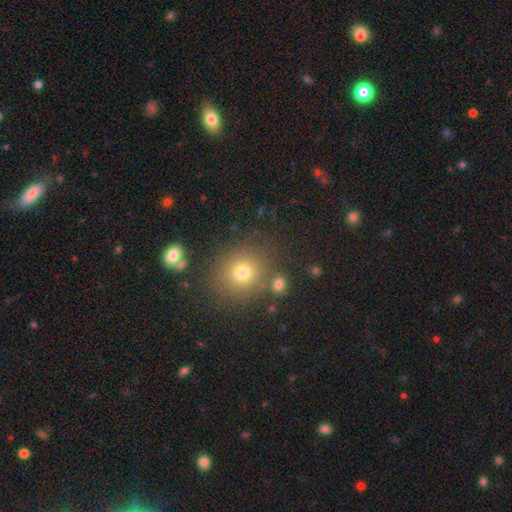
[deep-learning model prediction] This is likely a smooth galaxy (64%). How rounded: clearly round (84%). Merging: clearly none (84%).